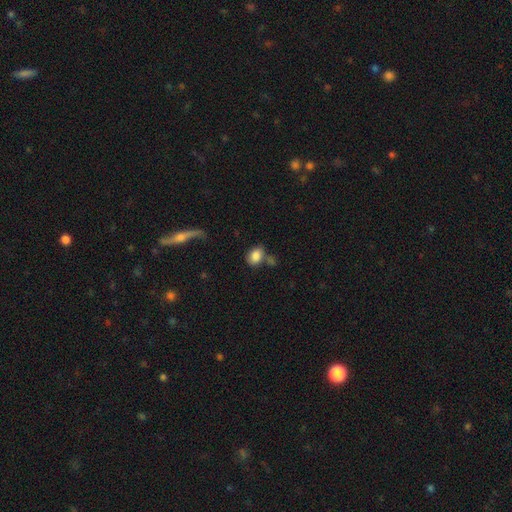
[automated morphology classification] Overall: smooth (84%). How rounded: in between (66%; round 32%). Merging: none (55%; merger 21%).